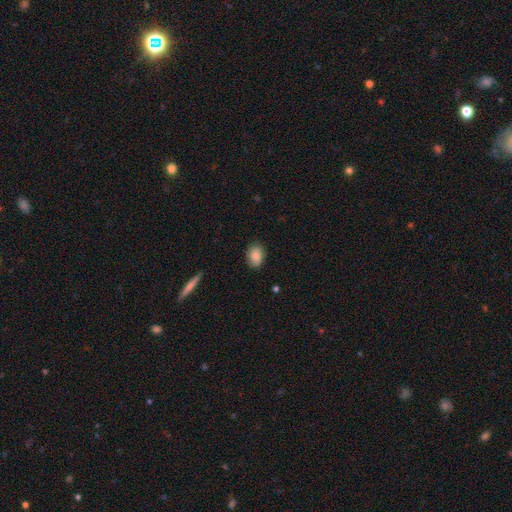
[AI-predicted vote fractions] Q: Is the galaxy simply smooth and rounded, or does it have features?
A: smooth — 86%.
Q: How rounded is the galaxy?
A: in between — 76%.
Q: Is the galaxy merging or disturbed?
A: none — 83%.